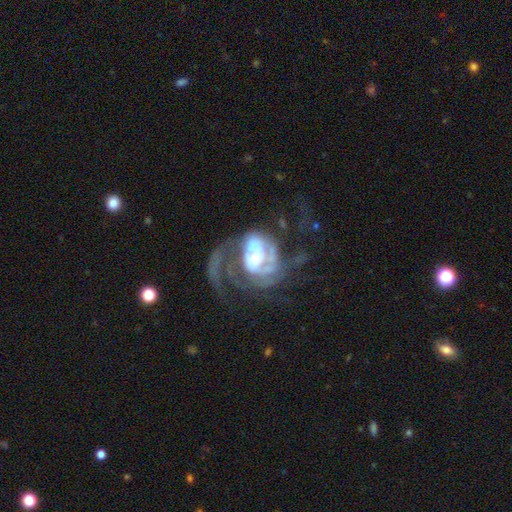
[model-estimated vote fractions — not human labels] Morphology: type=featured or disk (82%); edge-on=no (98%); bar=no (52%); spiral arms=yes (86%); winding=medium (38%); arm count=2 (32%); bulge=small (43%); merging=major disturbance (56%).